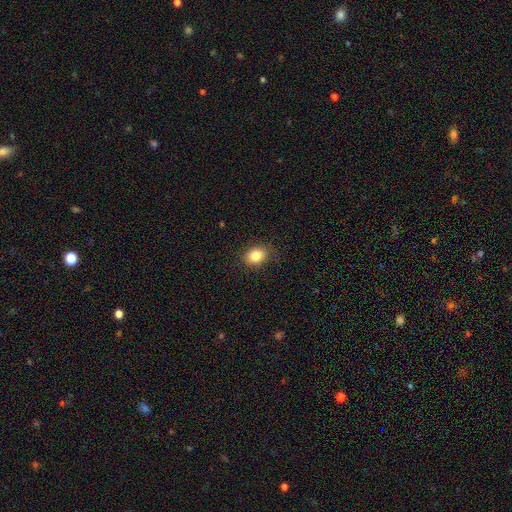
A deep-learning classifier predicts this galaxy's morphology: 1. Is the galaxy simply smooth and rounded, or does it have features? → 84% smooth, 10% star or artifact, 6% featured or disk.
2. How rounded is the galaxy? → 52% in between, 47% round, 1% cigar-shaped.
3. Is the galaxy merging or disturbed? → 86% none, 11% minor disturbance, 3% major disturbance, 1% merger.